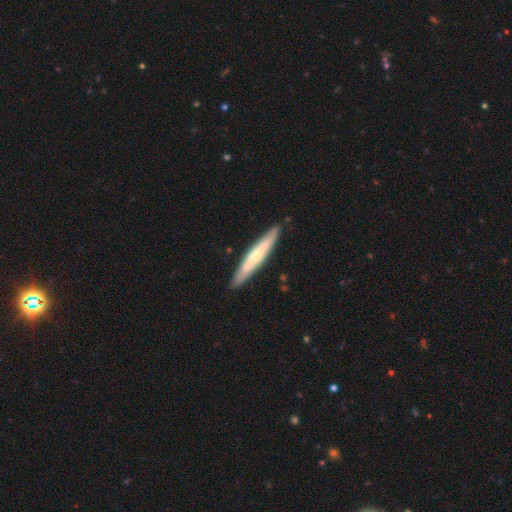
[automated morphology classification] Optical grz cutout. It shows a featured or disk galaxy (57%) viewed edge-on (89%) with a rounded central bulge (68%). Merging: none (88%).